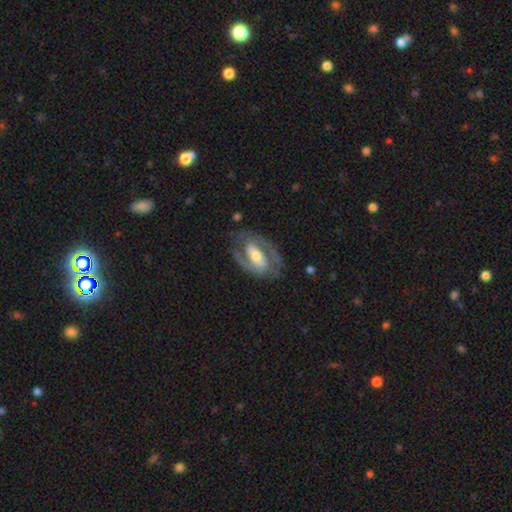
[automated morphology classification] type=featured or disk (81%); edge-on=no (95%); bar=strong (47%); spiral arms=yes (84%); winding=medium (46%); arm count=2 (85%); bulge=moderate (57%); merging=none (77%).